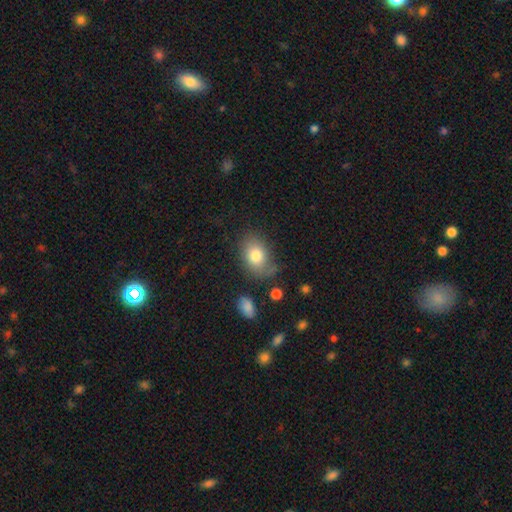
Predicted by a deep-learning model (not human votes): A smooth galaxy with no disk features (79%) that is in between round and cigar-shaped (72%). Merging: none (63%).